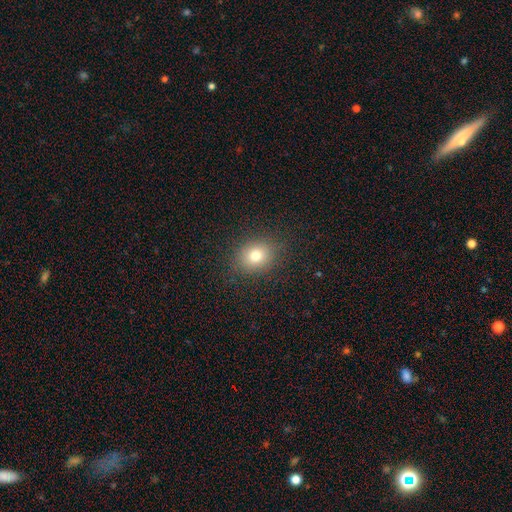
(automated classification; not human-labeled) The model was most divided on "how rounded": round: 61%, in between: 38%, cigar-shaped: 1%. More confident: merging — none (88%); smooth or featured — smooth (77%).